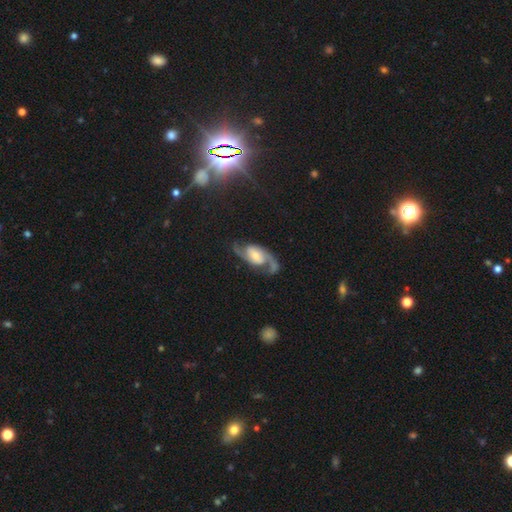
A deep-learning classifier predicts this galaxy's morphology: Q: Smooth or featured?
A: featured or disk (87%); runner-up: smooth (7%)
Q: Edge-on disk?
A: no (97%); runner-up: yes (3%)
Q: Bar?
A: no (45%); runner-up: weak (38%)
Q: Spiral arms?
A: yes (97%); runner-up: no (3%)
Q: Spiral winding?
A: medium (49%); runner-up: loose (35%)
Q: Spiral arm count?
A: 2 (92%); runner-up: can't tell (3%)
Q: Bulge size?
A: moderate (46%); runner-up: small (40%)
Q: Merging?
A: none (74%); runner-up: minor disturbance (14%)